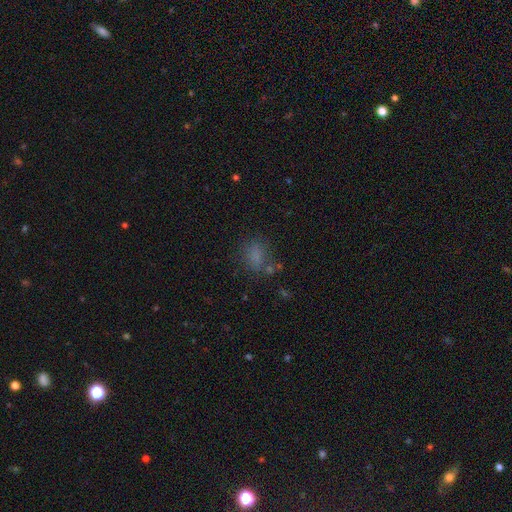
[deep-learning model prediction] smooth_or_featured: smooth (p=0.73) [alt: star or artifact p=0.18]
how_rounded: in between (p=0.68) [alt: round p=0.28]
merging: none (p=0.68) [alt: minor disturbance p=0.17]